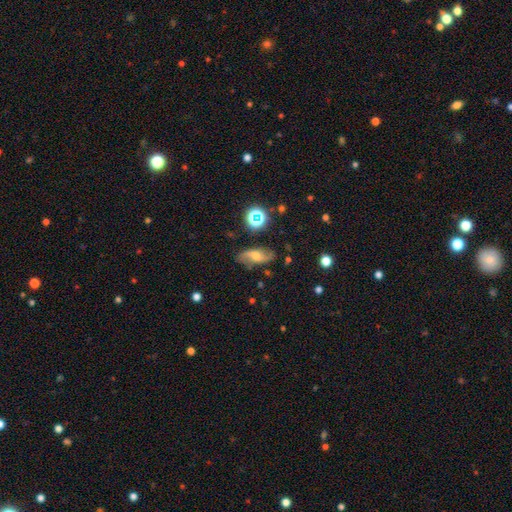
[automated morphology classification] A featured or disk galaxy (56%). Merging: none (76%).